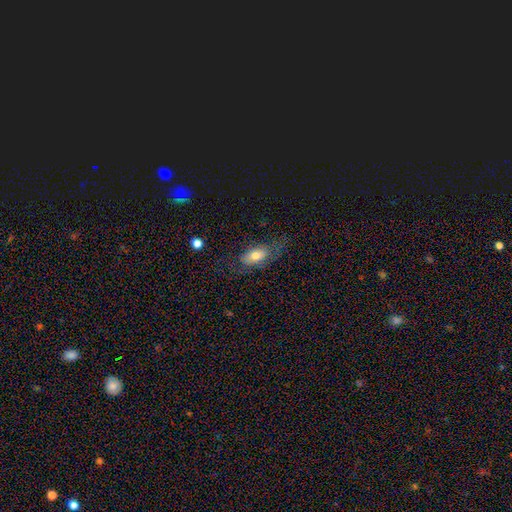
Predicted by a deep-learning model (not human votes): A smooth galaxy with no disk features (68%) that is in between round and cigar-shaped (86%). Merging: none (60%).